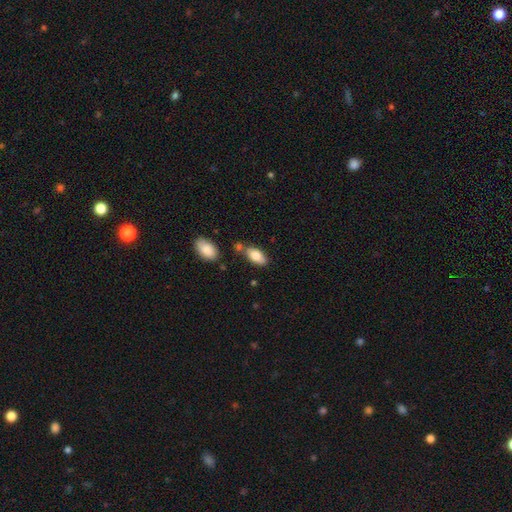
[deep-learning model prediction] A smooth galaxy with no disk features (80%) that is in between round and cigar-shaped (90%). Merging: none (68%).